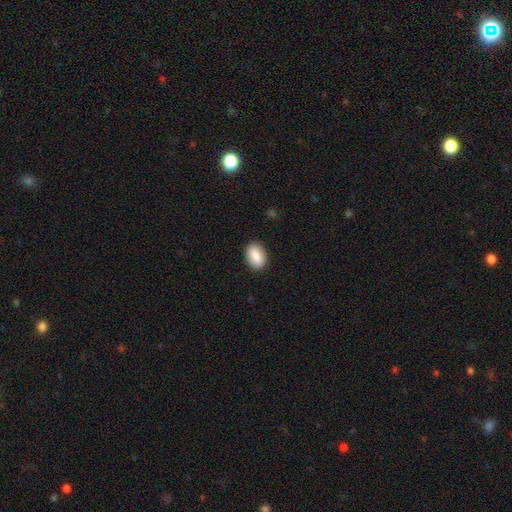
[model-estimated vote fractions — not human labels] Q: Smooth or featured?
A: smooth (87%); runner-up: featured or disk (7%)
Q: How rounded?
A: in between (86%); runner-up: round (12%)
Q: Merging?
A: none (88%); runner-up: minor disturbance (9%)